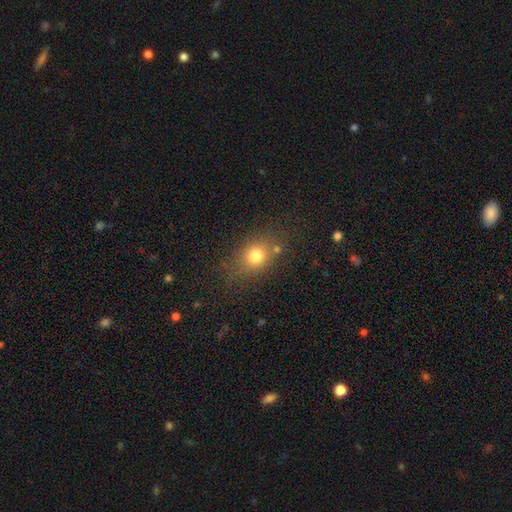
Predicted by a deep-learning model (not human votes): Overall: smooth (75%). How rounded: in between (52%; round 46%). Merging: none (73%).